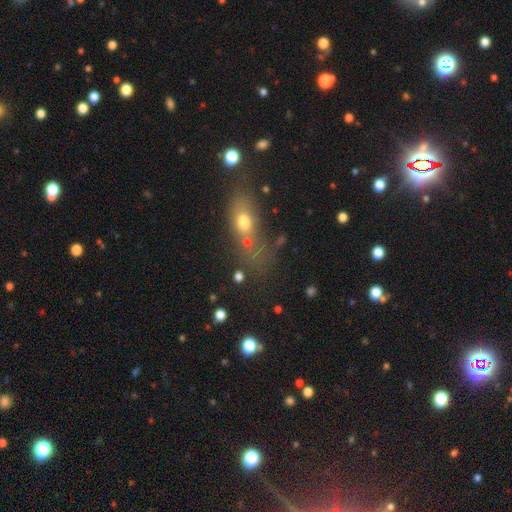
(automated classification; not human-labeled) Smooth or featured?
  - smooth: 56% *
  - star or artifact: 26%
  - featured or disk: 18%
How rounded?
  - in between: 51% *
  - round: 29%
  - cigar-shaped: 20%
Merging?
  - none: 42% *
  - merger: 28%
  - minor disturbance: 15%
  - major disturbance: 15%